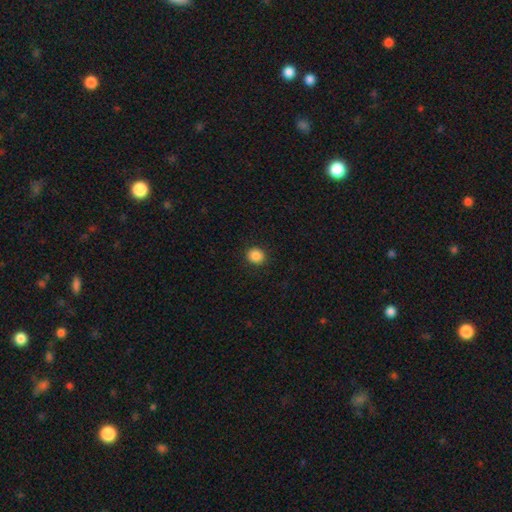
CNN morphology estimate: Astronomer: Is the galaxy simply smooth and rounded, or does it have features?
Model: smooth — 87%.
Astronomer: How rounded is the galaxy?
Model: round — 84%.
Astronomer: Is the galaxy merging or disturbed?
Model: none — 91%.